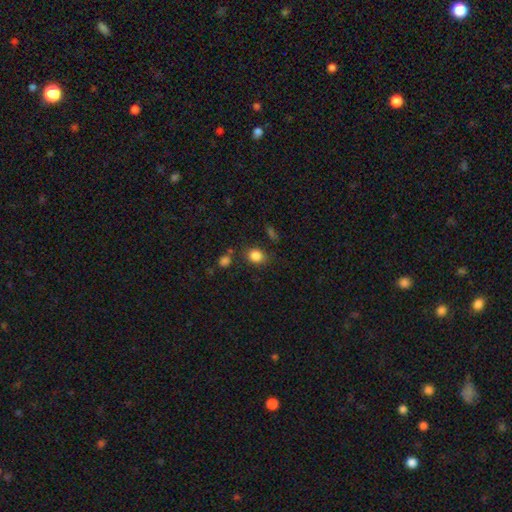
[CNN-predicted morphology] Overall: smooth (84%). How rounded: round (58%; in between 41%). Merging: none (77%).